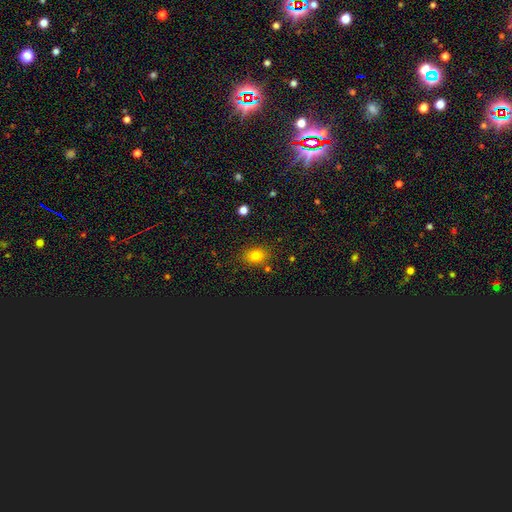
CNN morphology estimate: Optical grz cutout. It shows a smooth galaxy with no disk features (77%) that is in between round and cigar-shaped (59%). Merging: none (82%).